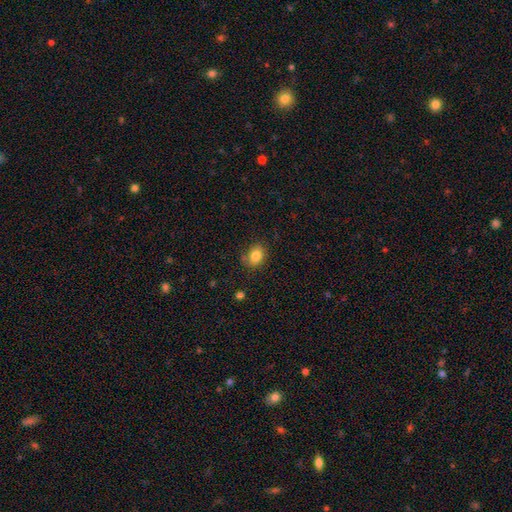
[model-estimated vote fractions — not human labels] A smooth galaxy with no disk features (84%) that is in between round and cigar-shaped (62%). Merging: none (76%).